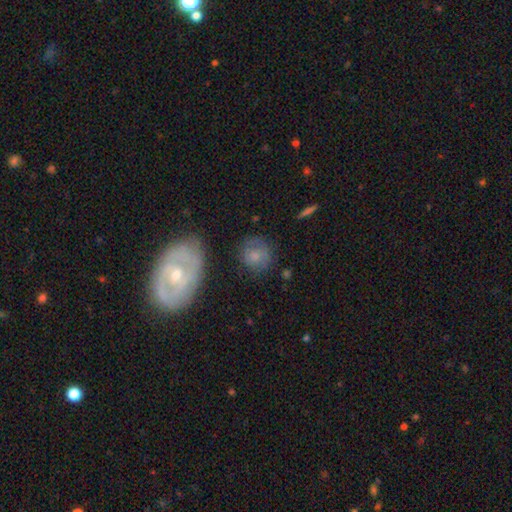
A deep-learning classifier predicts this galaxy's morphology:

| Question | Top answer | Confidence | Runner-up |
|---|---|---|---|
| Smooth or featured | smooth | 65% | featured or disk (25%) |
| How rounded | round | 85% | in between (14%) |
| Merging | none | 72% | minor disturbance (18%) |